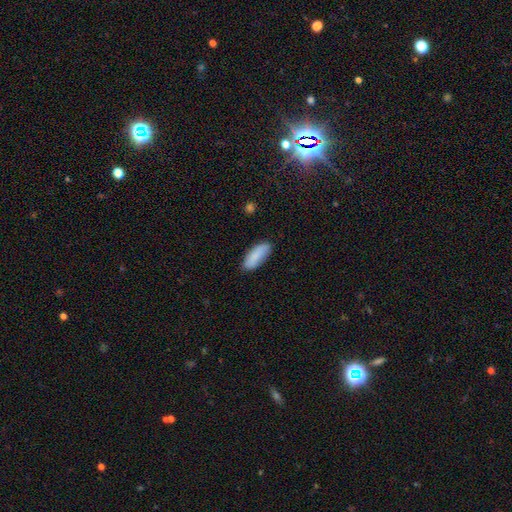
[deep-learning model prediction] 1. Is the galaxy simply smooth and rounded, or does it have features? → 87% smooth, 7% featured or disk, 6% star or artifact.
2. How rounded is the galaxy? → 73% in between, 25% cigar-shaped, 2% round.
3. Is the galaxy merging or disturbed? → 83% none, 13% minor disturbance, 2% major disturbance, 1% merger.